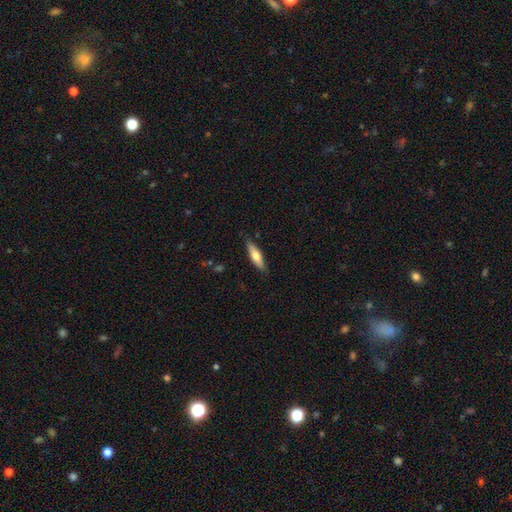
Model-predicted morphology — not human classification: smooth_or_featured: smooth (p=0.59) [alt: featured or disk p=0.35]
how_rounded: cigar-shaped (p=0.67) [alt: in between p=0.31]
merging: none (p=0.85) [alt: minor disturbance p=0.11]